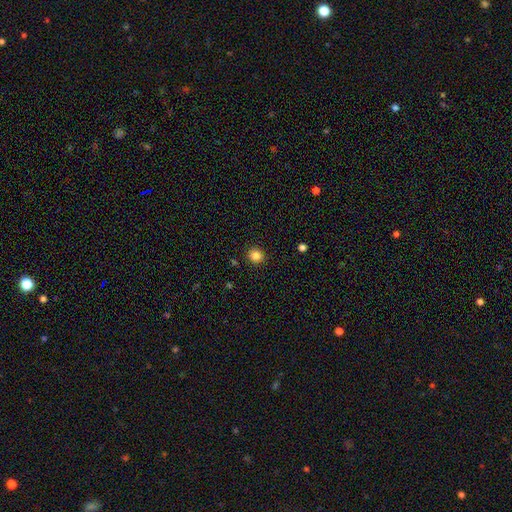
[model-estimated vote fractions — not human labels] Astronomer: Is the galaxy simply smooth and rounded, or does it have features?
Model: smooth — 84%.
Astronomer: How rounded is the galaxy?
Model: round — 90%.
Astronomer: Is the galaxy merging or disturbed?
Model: none — 91%.